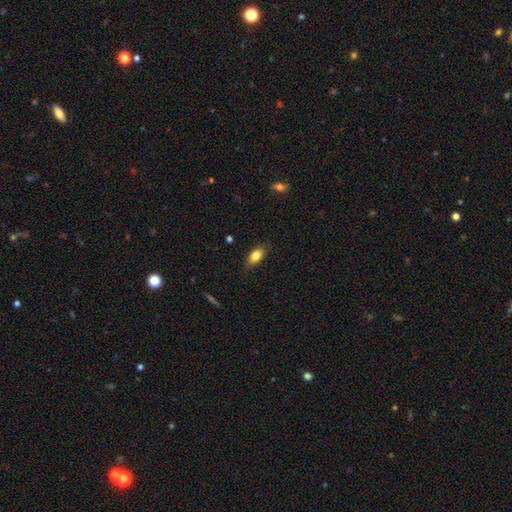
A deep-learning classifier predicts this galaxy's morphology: Q: Smooth or featured?
A: smooth (81%); runner-up: featured or disk (12%)
Q: How rounded?
A: in between (86%); runner-up: cigar-shaped (9%)
Q: Merging?
A: none (82%); runner-up: minor disturbance (14%)